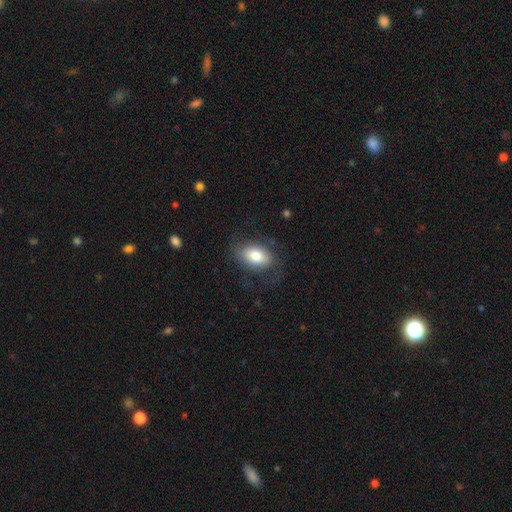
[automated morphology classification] This appears to be a smooth galaxy with no disk features (73%) that is in between round and cigar-shaped (88%). Merging: none (67%).